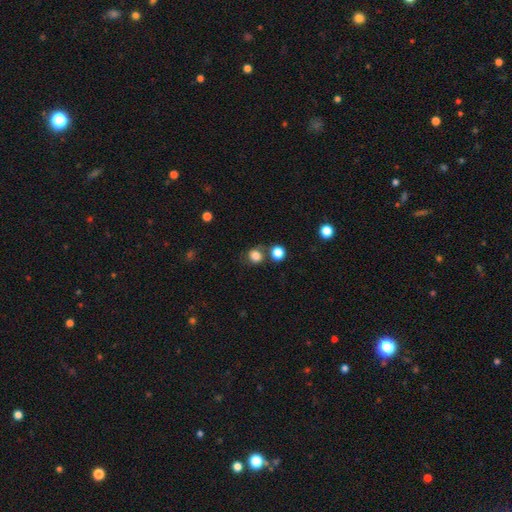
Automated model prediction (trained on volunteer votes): Q: Smooth or featured?
A: smooth (82%); runner-up: star or artifact (12%)
Q: How rounded?
A: round (80%); runner-up: in between (19%)
Q: Merging?
A: none (65%); runner-up: merger (16%)